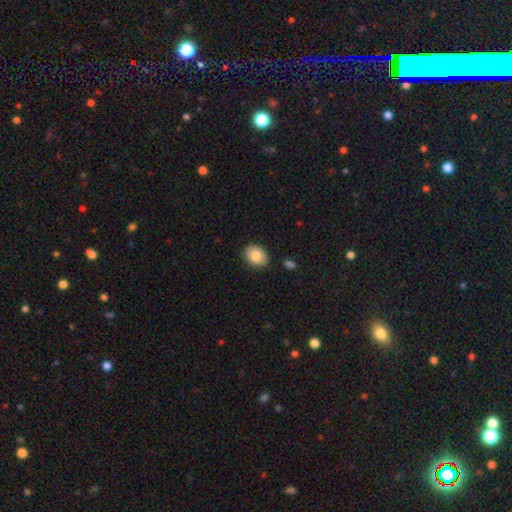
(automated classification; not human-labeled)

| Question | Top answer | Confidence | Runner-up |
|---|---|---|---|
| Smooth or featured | smooth | 83% | featured or disk (10%) |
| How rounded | in between | 61% | round (38%) |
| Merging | none | 86% | minor disturbance (10%) |